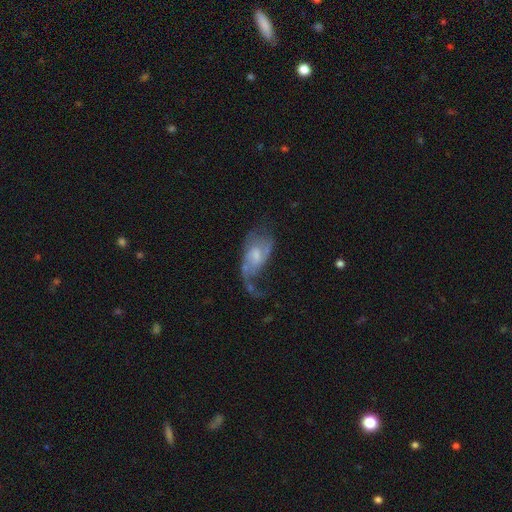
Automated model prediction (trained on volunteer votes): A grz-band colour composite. It shows a featured or disk galaxy (68%) with no bar (47%), 2 (49%) loose (61%) spiral arms (79%) and a moderate central bulge (39%). Merging: major disturbance (44%).